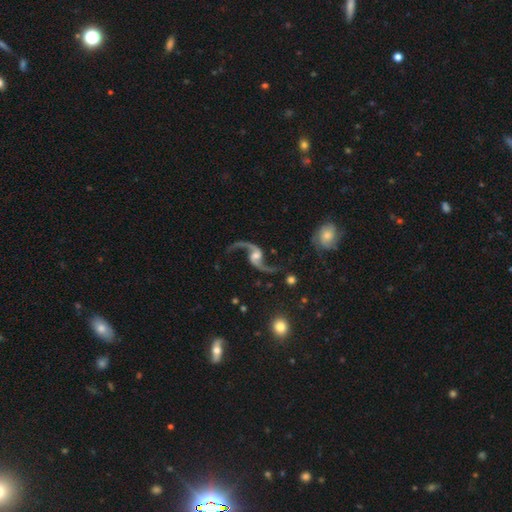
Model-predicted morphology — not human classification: type=featured or disk (93%); edge-on=no (97%); bar=no (47%); spiral arms=yes (98%); winding=loose (92%); arm count=2 (95%); bulge=moderate (43%); merging=none (77%).